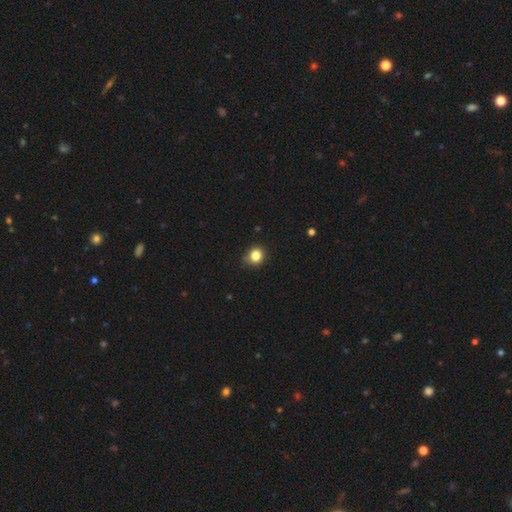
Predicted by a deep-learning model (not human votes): This appears to be a smooth galaxy with no disk features (83%) that is round (81%). Merging: none (78%).